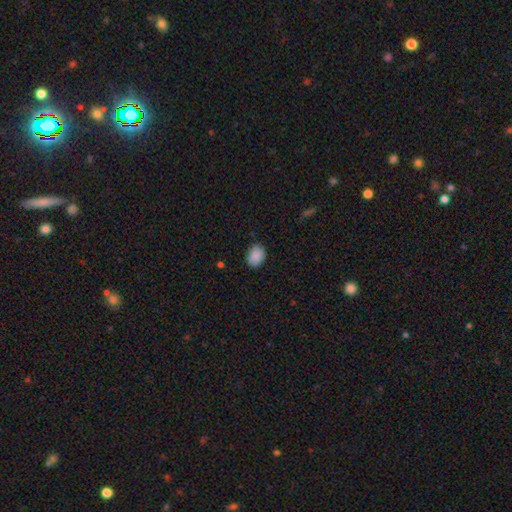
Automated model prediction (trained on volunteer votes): Smooth or featured: smooth — 89% (star or artifact — 8%)
How rounded: in between — 71% (round — 28%)
Merging: none — 84% (minor disturbance — 12%)